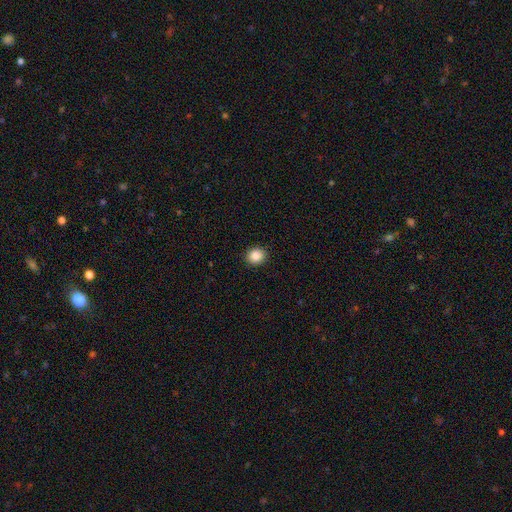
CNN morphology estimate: Overall: smooth (87%). How rounded: round (82%). Merging: none (92%).